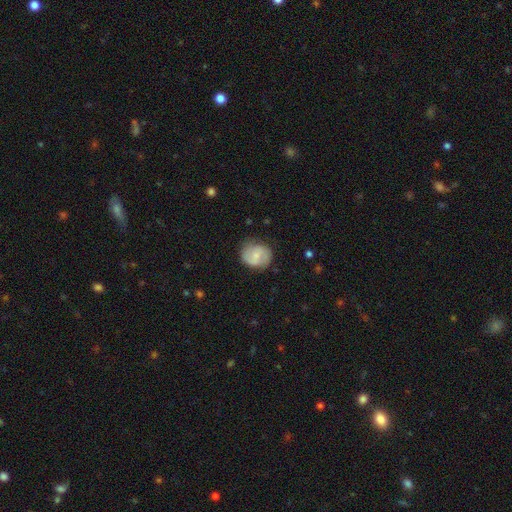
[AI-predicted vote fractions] Smooth or featured? smooth (50%)
Merging? none (74%)